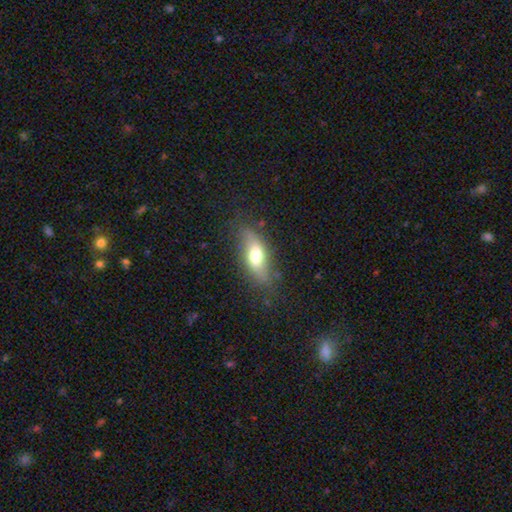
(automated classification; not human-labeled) Smooth or featured? smooth (62%)
How rounded? in between (73%)
Merging? none (73%)